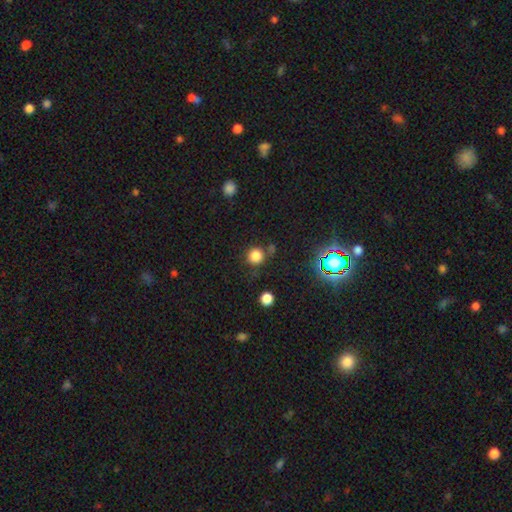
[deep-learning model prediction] The model was most divided on "smooth or featured": smooth: 79%, star or artifact: 17%, featured or disk: 5%. More confident: how rounded — round (92%); merging — none (78%).